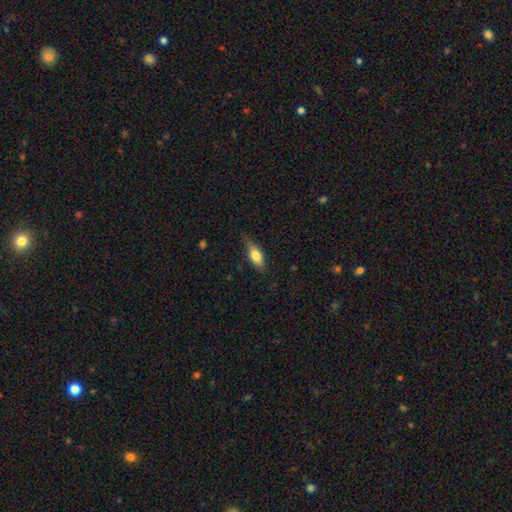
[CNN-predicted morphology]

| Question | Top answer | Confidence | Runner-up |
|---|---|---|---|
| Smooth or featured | smooth | 70% | featured or disk (23%) |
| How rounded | in between | 73% | cigar-shaped (23%) |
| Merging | none | 64% | minor disturbance (28%) |